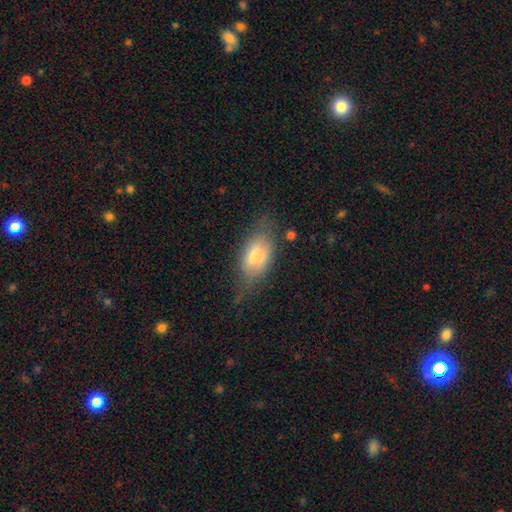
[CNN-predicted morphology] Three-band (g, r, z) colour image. It shows a smooth galaxy with no disk features (60%) that is in between round and cigar-shaped (83%). Merging: none (56%).